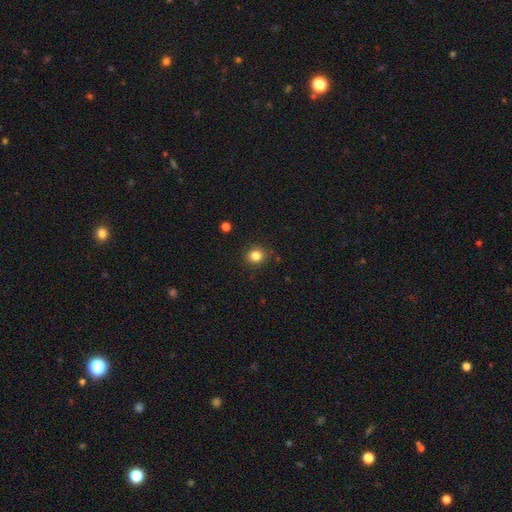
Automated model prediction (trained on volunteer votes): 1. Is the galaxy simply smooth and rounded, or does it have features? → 84% smooth, 11% star or artifact, 5% featured or disk.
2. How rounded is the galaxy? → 78% round, 21% in between, 1% cigar-shaped.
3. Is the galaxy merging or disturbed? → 88% none, 9% minor disturbance, 2% major disturbance, 2% merger.